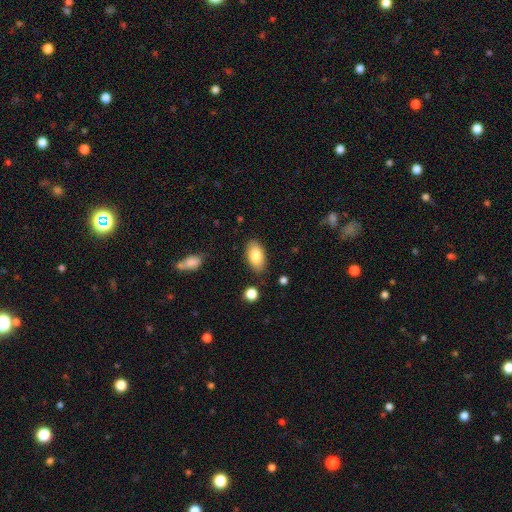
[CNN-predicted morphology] A smooth galaxy with no disk features (83%) that is in between round and cigar-shaped (94%).

Vote fractions:
- Smooth or featured? smooth: 83% / featured or disk: 11% / star or artifact: 7%
- How rounded? in between: 94% / round: 4% / cigar-shaped: 3%
- Merging? none: 85% / minor disturbance: 11% / major disturbance: 3% / merger: 2%